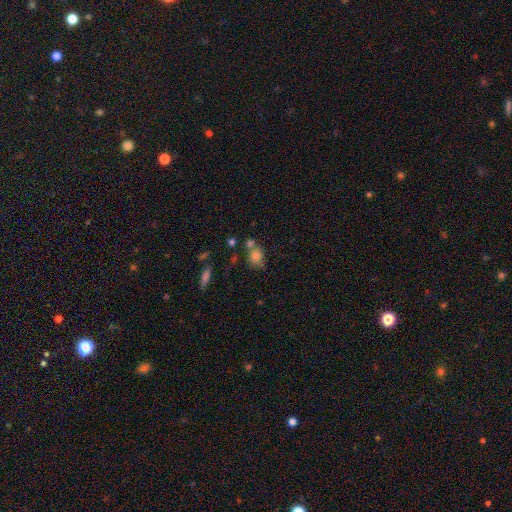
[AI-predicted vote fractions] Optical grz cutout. It shows a smooth galaxy with no disk features (78%) that is round (63%). Merging: none (53%).